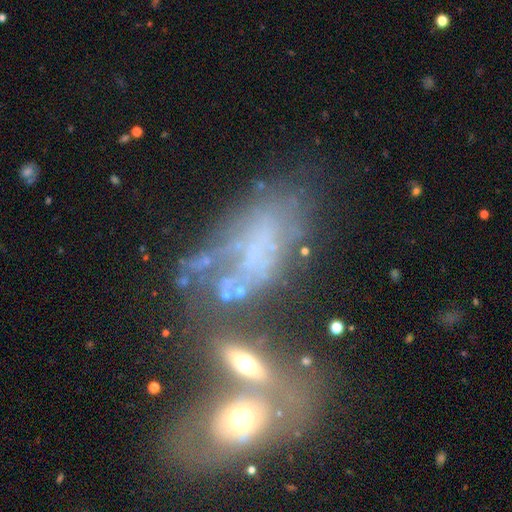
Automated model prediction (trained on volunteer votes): A featured or disk galaxy (55%).

Vote fractions:
- Smooth or featured? featured or disk: 55% / smooth: 28% / star or artifact: 16%
- Edge-on disk? no: 90% / yes: 10%
- Merging? merger: 41% / none: 23% / major disturbance: 21% / minor disturbance: 15%